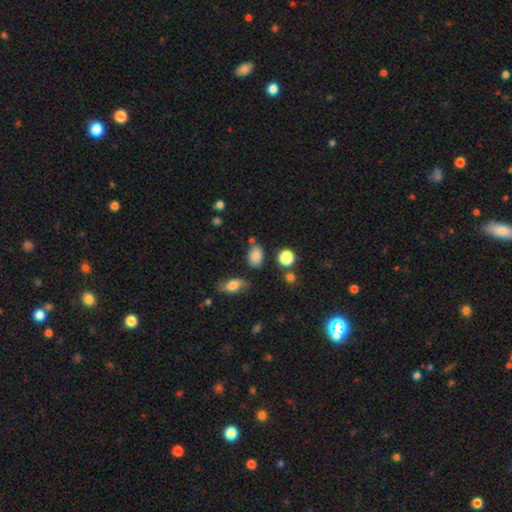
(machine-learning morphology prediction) Smooth or featured? smooth (81%)
How rounded? in between (80%)
Merging? none (71%)